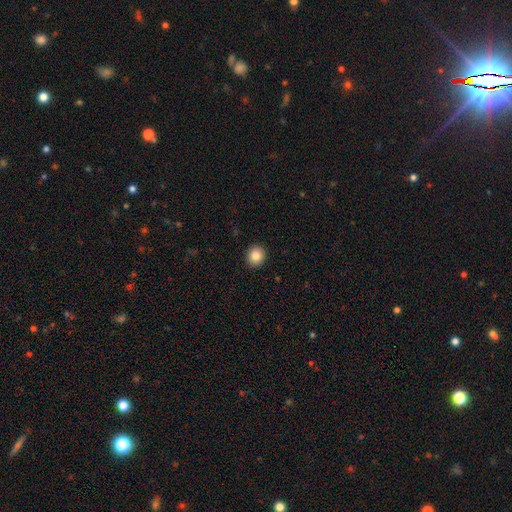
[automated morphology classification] This appears to be a smooth galaxy with no disk features (84%) that is round (86%). Merging: none (93%).